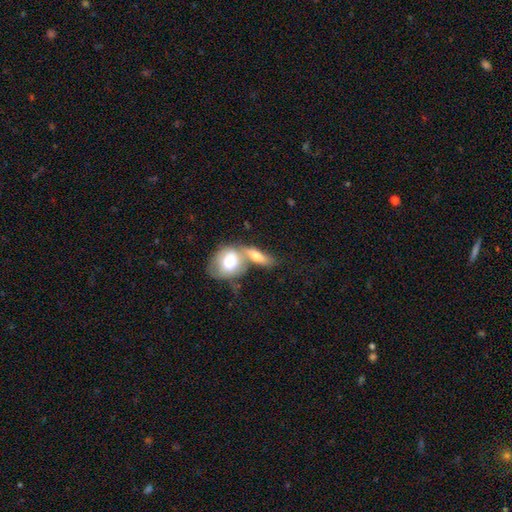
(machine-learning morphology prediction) A smooth galaxy with no disk features (66%) that is in between round and cigar-shaped (71%). Merging: merger (61%).